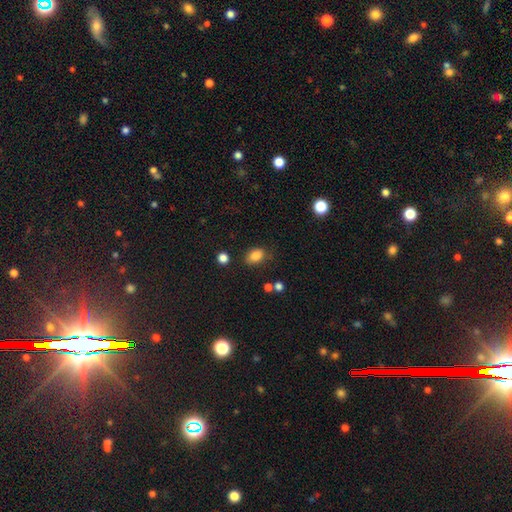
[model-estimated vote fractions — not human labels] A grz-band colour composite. It shows a smooth galaxy with no disk features (84%) that is in between round and cigar-shaped (79%). Merging: none (73%).